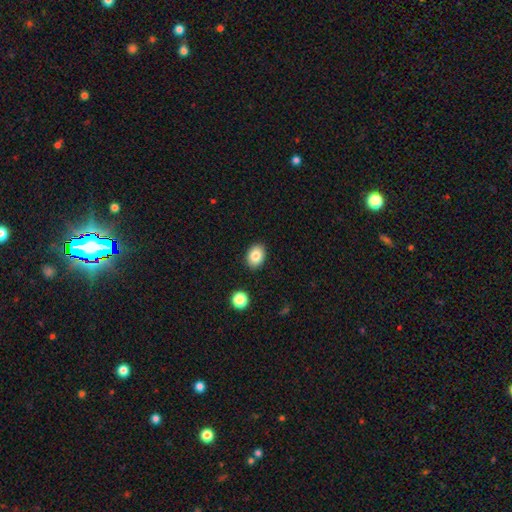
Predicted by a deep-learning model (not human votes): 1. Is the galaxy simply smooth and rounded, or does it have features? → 84% smooth, 9% star or artifact, 7% featured or disk.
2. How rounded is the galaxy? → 72% in between, 28% round, 1% cigar-shaped.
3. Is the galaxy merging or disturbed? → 89% none, 8% minor disturbance, 2% major disturbance, 2% merger.